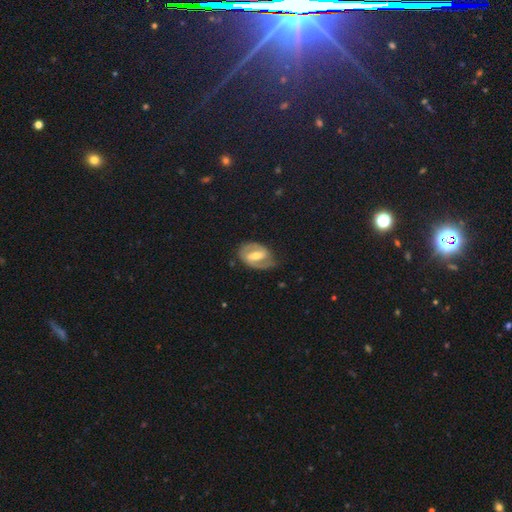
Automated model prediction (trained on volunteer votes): This is clearly a featured or disk galaxy (81%). It is clearly not viewed edge-on (97%). Bar: possibly strong (51%). Spiral arm pattern: clearly yes (88%). Spiral arm count: clearly 2 (85%). Spiral winding: possibly medium (46%). Central bulge: likely moderate (62%). Merging: likely none (74%).